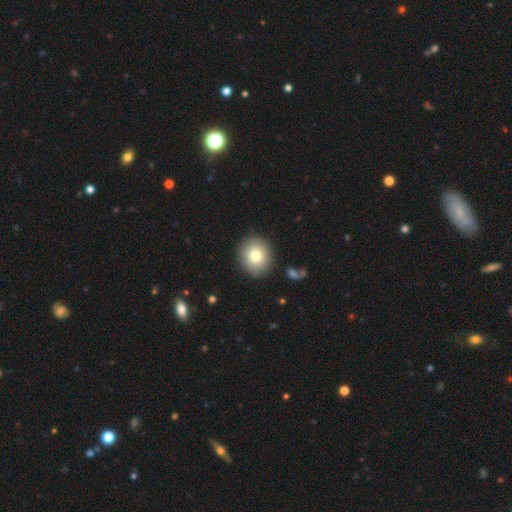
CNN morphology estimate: smooth_or_featured: smooth (p=0.79) [alt: featured or disk p=0.12]
how_rounded: round (p=0.82) [alt: in between p=0.17]
merging: none (p=0.89) [alt: minor disturbance p=0.07]